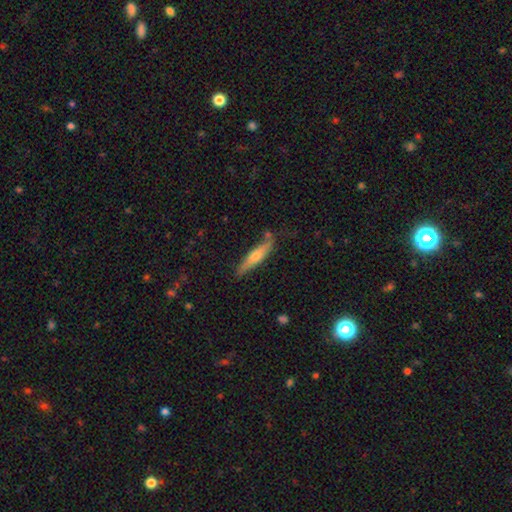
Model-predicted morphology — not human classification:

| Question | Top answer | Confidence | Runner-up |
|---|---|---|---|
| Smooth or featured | smooth | 49% | featured or disk (45%) |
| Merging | none | 78% | minor disturbance (15%) |